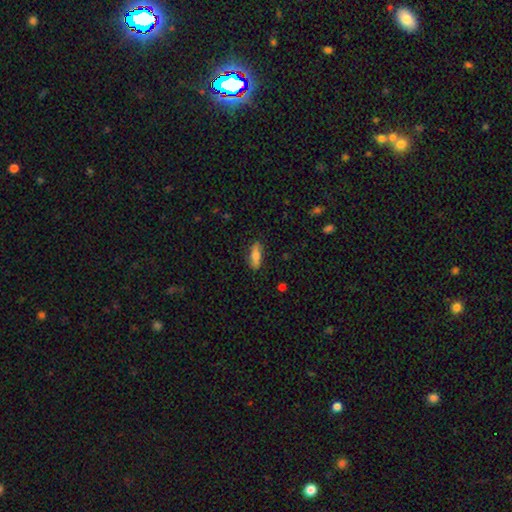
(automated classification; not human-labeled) A smooth galaxy with no disk features (70%) that is in between round and cigar-shaped (59%). Merging: none (83%).